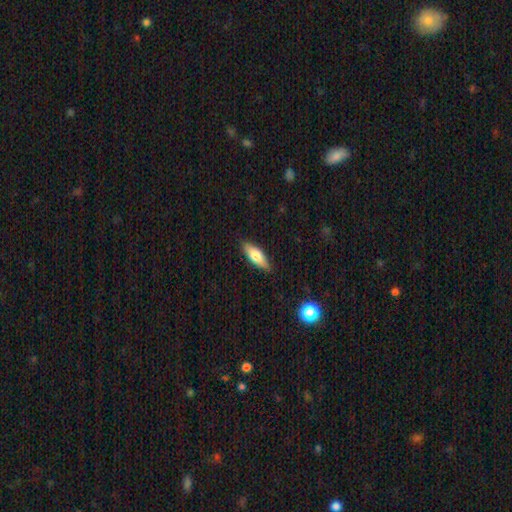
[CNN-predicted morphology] Q: Smooth or featured?
A: smooth (73%); runner-up: featured or disk (21%)
Q: How rounded?
A: in between (66%); runner-up: cigar-shaped (31%)
Q: Merging?
A: none (85%); runner-up: minor disturbance (12%)